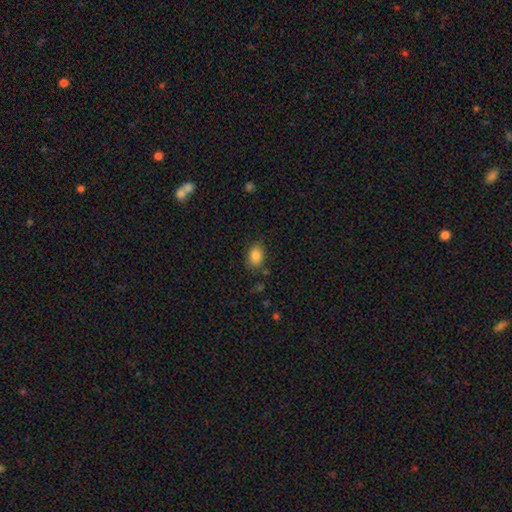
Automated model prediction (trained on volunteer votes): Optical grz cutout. It shows a smooth galaxy with no disk features (84%) that is in between round and cigar-shaped (69%). Merging: none (78%).